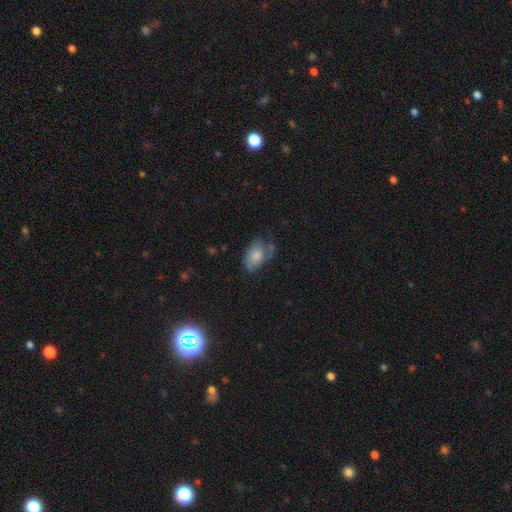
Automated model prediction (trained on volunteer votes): Smooth or featured? Predicted: smooth (p=0.58). How rounded? Predicted: in between (p=0.89). Merging? Predicted: none (p=0.43).